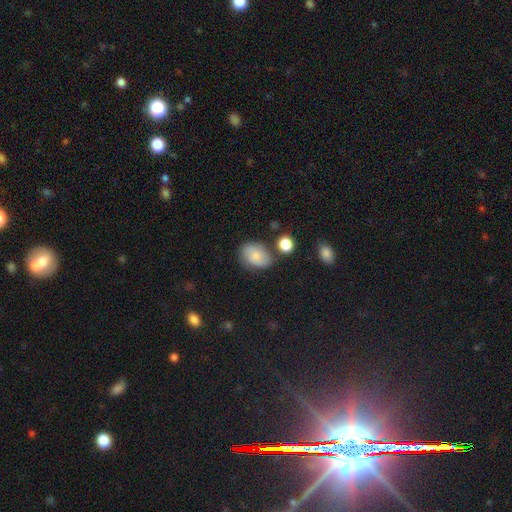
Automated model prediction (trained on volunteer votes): Smooth or featured: smooth — 71% (featured or disk — 20%)
How rounded: in between — 75% (round — 24%)
Merging: none — 69% (minor disturbance — 20%)